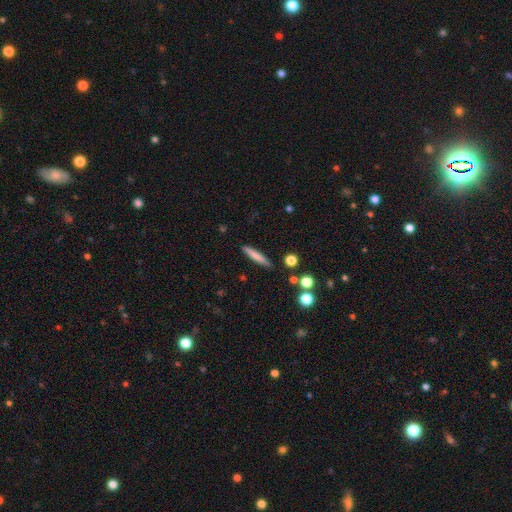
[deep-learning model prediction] A smooth galaxy with no disk features (73%) that is cigar-shaped (93%).

Vote fractions:
- Smooth or featured? smooth: 73% / featured or disk: 20% / star or artifact: 7%
- How rounded? cigar-shaped: 93% / in between: 5% / round: 2%
- Merging? none: 88% / minor disturbance: 8% / merger: 2% / major disturbance: 2%